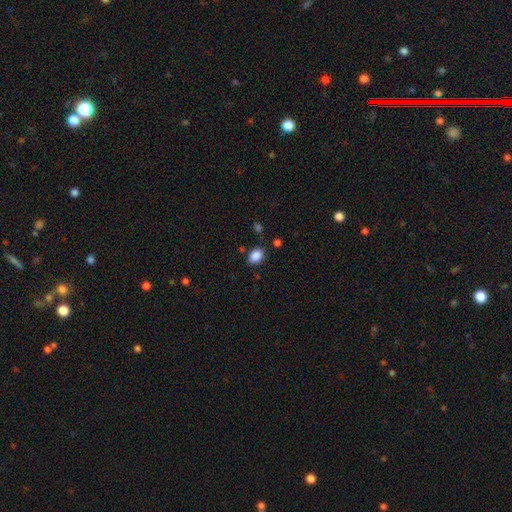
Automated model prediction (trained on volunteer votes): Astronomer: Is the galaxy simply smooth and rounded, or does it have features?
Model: smooth — 87%.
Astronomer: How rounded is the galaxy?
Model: in between — 72%.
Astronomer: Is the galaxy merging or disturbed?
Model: none — 83%.